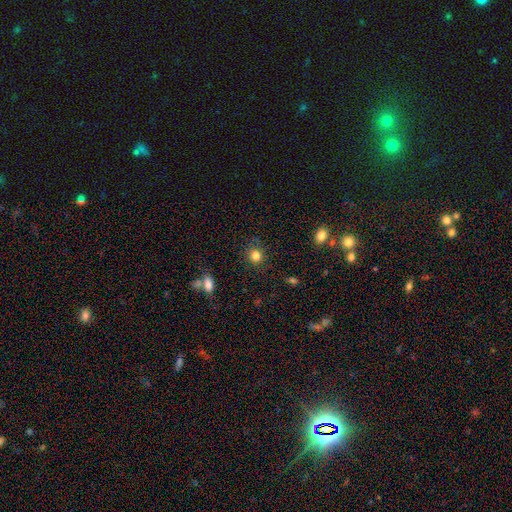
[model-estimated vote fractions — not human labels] This appears to be a smooth galaxy with no disk features (83%) that is round (85%). Merging: none (85%).